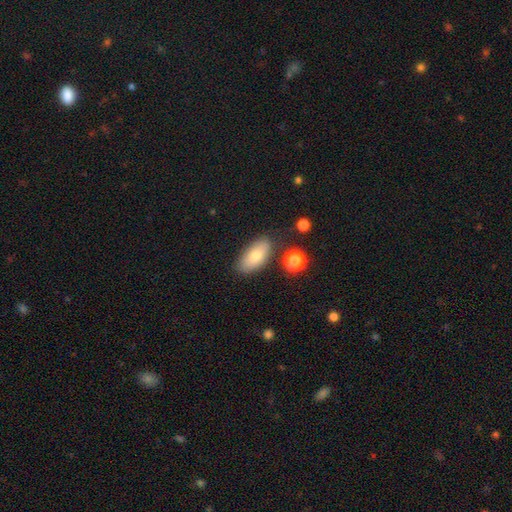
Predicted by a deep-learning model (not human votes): smooth-or-featured: smooth: 76% | featured or disk: 17% | star or artifact: 8%
  how-rounded: in between: 90% | cigar-shaped: 6% | round: 4%
  merging: none: 79% | minor disturbance: 13% | merger: 4% | major disturbance: 3%